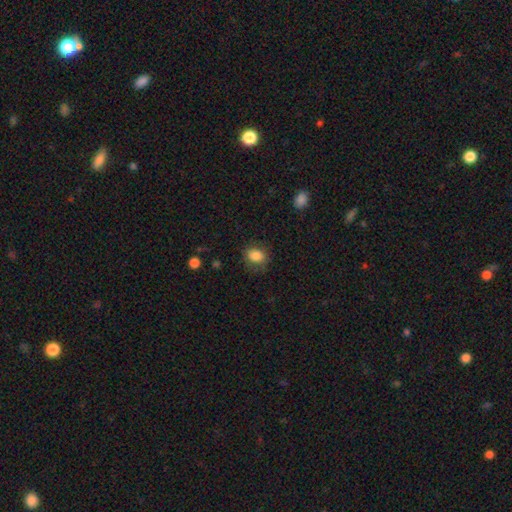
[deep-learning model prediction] smooth 84%, star or artifact 9%, featured or disk 7%. Down the decision tree: how rounded — in between (55%); merging — none (72%).